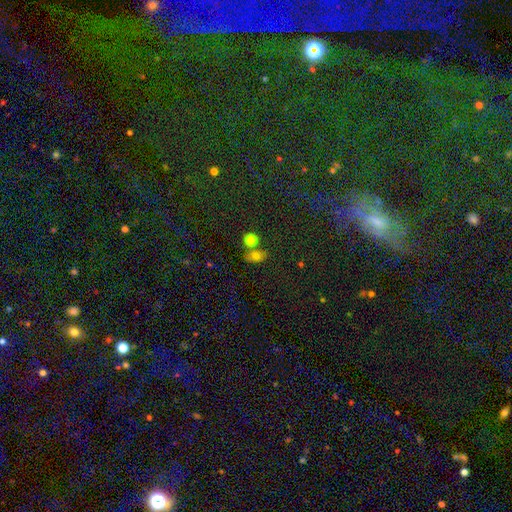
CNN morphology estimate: Smooth or featured? Predicted: smooth (p=0.76). How rounded? Predicted: in between (p=0.56). Merging? Predicted: none (p=0.57).